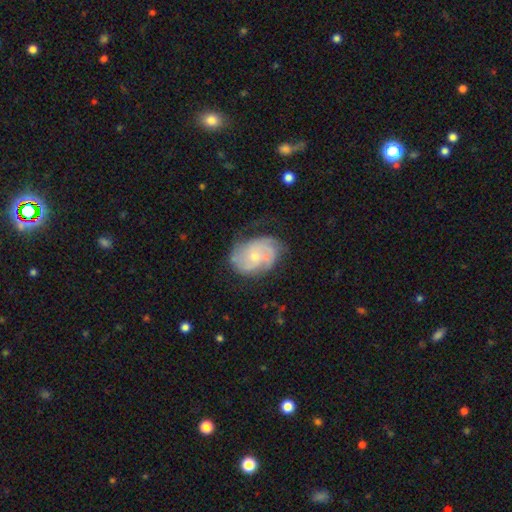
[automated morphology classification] smooth-or-featured: featured or disk: 75% | smooth: 19% | star or artifact: 7%
  disk-edge-on: no: 97% | yes: 3%
    bar: no: 76% | weak: 21% | strong: 3%
    has-spiral-arms: yes: 91% | no: 9%
      spiral-winding: tight: 50% | medium: 36% | loose: 14%
      spiral-arm-count: can't tell: 33% | 3: 25% | 2: 19% | 4: 12% | 1: 5% | more than 4: 5%
    bulge-size: small: 62% | moderate: 34% | none: 2% | large: 1% | dominant: 1%
  merging: none: 61% | minor disturbance: 25% | major disturbance: 12% | merger: 2%